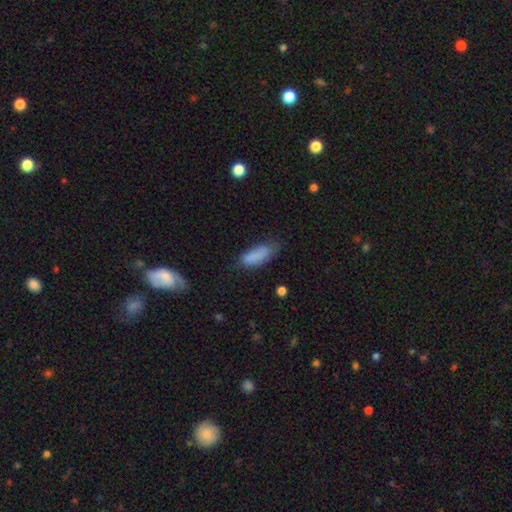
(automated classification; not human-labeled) A smooth galaxy with no disk features (81%) that is in between round and cigar-shaped (66%). Merging: none (56%).